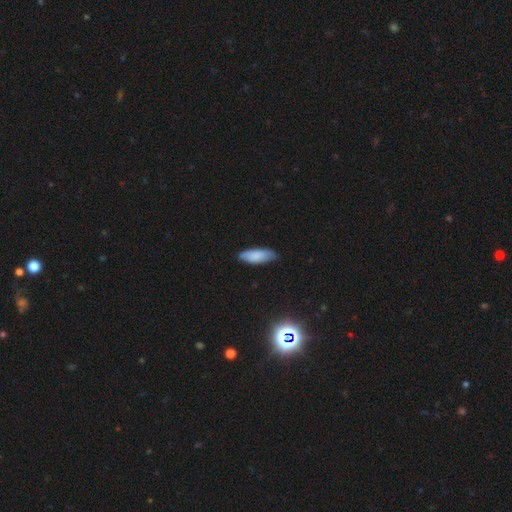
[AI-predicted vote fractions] The model was most divided on "how rounded": in between: 70%, cigar-shaped: 28%, round: 2%. More confident: smooth or featured — smooth (80%); merging — none (78%).